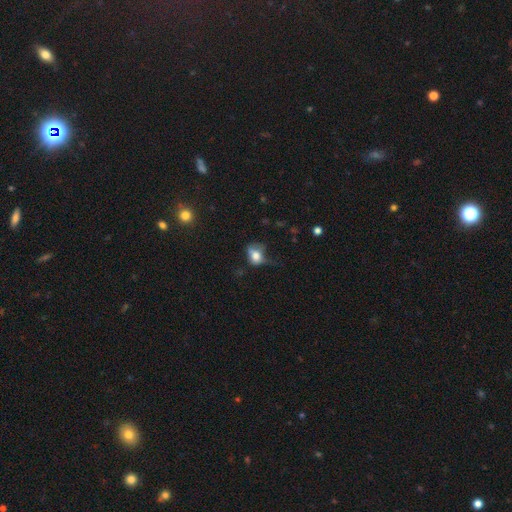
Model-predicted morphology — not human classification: smooth 69%, featured or disk 20%, star or artifact 11%. Down the decision tree: how rounded — in between (61%); merging — major disturbance (40%).